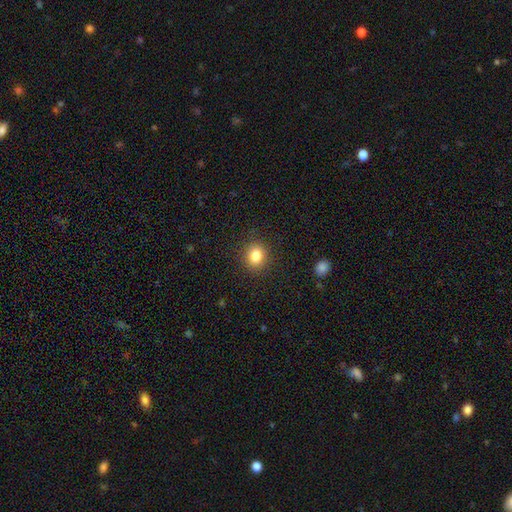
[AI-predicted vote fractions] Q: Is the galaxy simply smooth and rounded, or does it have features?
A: smooth — 84%.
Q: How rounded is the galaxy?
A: round — 70%.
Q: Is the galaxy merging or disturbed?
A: none — 89%.